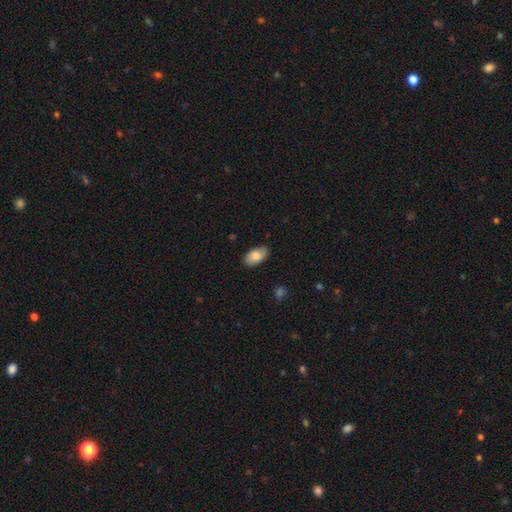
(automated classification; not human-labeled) A smooth galaxy with no disk features (82%) that is in between round and cigar-shaped (95%).

Vote fractions:
- Smooth or featured? smooth: 82% / featured or disk: 12% / star or artifact: 6%
- How rounded? in between: 95% / round: 3% / cigar-shaped: 2%
- Merging? none: 83% / minor disturbance: 13% / major disturbance: 2% / merger: 1%